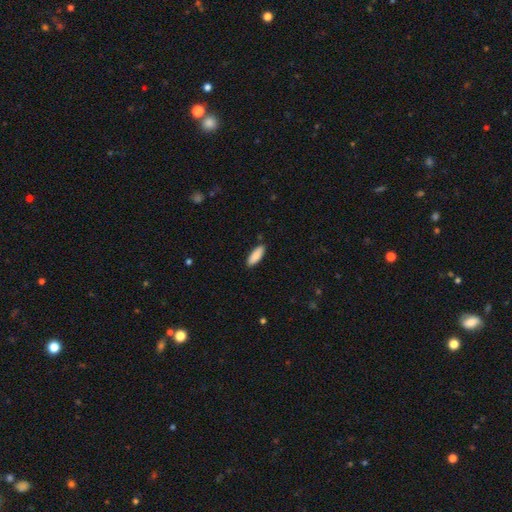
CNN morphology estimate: Q: Smooth or featured?
A: smooth (88%); runner-up: featured or disk (6%)
Q: How rounded?
A: in between (65%); runner-up: cigar-shaped (34%)
Q: Merging?
A: none (88%); runner-up: minor disturbance (9%)